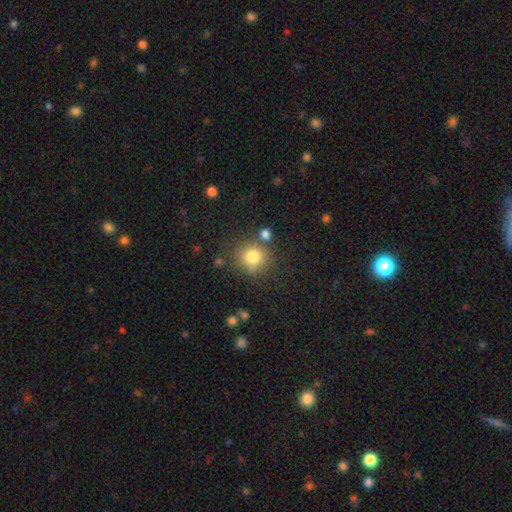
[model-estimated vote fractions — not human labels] Smooth or featured? Predicted: smooth (p=0.79). How rounded? Predicted: round (p=0.89). Merging? Predicted: none (p=0.76).